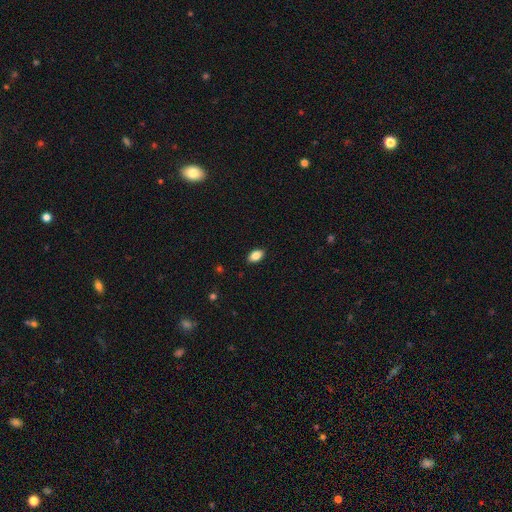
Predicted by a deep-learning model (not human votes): The model was most divided on "smooth or featured": smooth: 86%, star or artifact: 8%, featured or disk: 6%. More confident: how rounded — in between (90%); merging — none (89%).